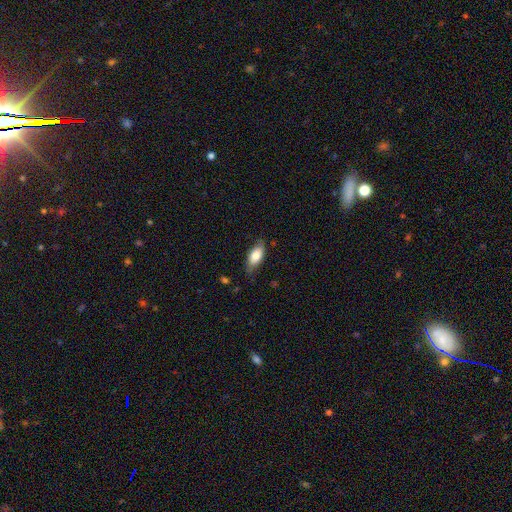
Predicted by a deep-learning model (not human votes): This is likely a smooth galaxy (74%). How rounded: clearly in between (86%). Merging: likely none (69%).